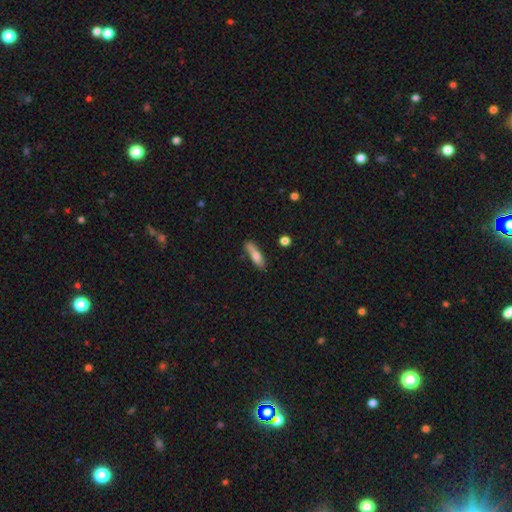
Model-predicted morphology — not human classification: Smooth or featured?
  - smooth: 71% *
  - featured or disk: 22%
  - star or artifact: 6%
How rounded?
  - cigar-shaped: 70% *
  - in between: 27%
  - round: 2%
Merging?
  - none: 70% *
  - minor disturbance: 20%
  - merger: 5%
  - major disturbance: 4%